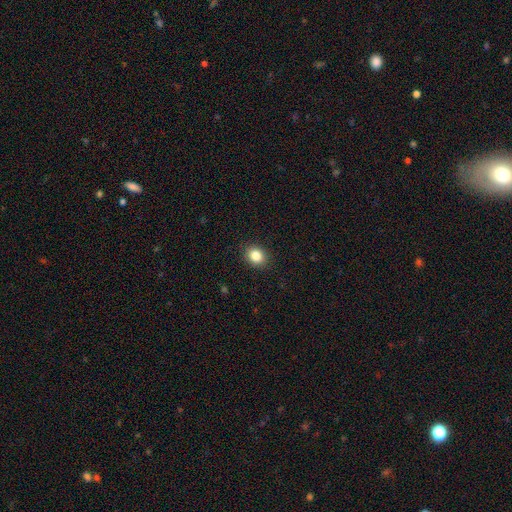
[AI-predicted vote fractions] Smooth or featured? smooth (85%)
How rounded? round (63%)
Merging? none (90%)